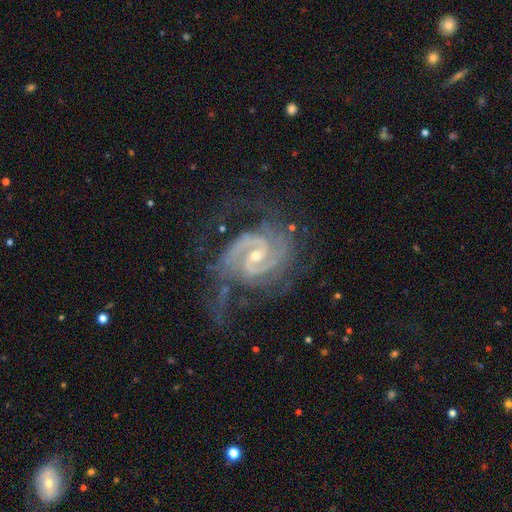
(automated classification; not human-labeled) The model was most divided on "spiral winding": tight: 49%, medium: 43%, loose: 8%. Remaining: spiral arms — yes (99%); edge-on disk — no (98%); smooth or featured — featured or disk (93%); spiral arm count — 2 (73%); bulge size — small (63%); merging — none (55%); bar — weak (49%).